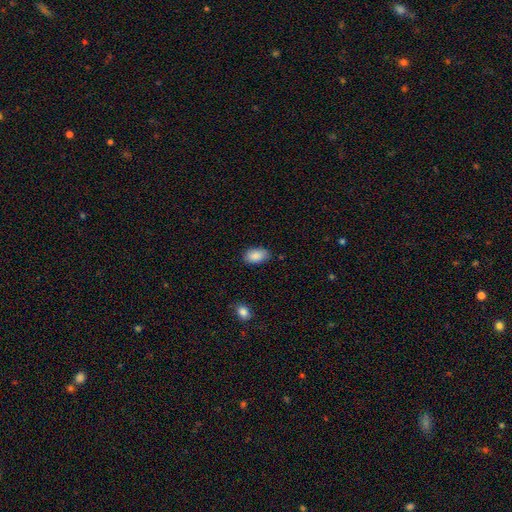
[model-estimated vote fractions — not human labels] smooth-or-featured: smooth: 88% | star or artifact: 7% | featured or disk: 5%
  how-rounded: in between: 93% | round: 6% | cigar-shaped: 2%
  merging: none: 82% | minor disturbance: 14% | major disturbance: 3% | merger: 1%